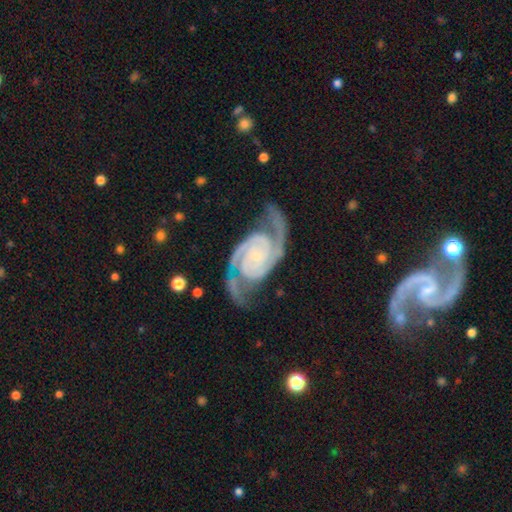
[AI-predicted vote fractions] smooth-or-featured: featured or disk: 94% | star or artifact: 4% | smooth: 2%
  disk-edge-on: no: 98% | yes: 2%
    bar: no: 65% | weak: 22% | strong: 13%
    has-spiral-arms: yes: 99% | no: 1%
      spiral-winding: tight: 53% | medium: 41% | loose: 7%
      spiral-arm-count: 2: 89% | 3: 5% | can't tell: 2% | 4: 2% | 1: 1% | more than 4: 1%
    bulge-size: small: 78% | moderate: 10% | none: 9% | large: 2% | dominant: 1%
  merging: none: 74% | minor disturbance: 17% | major disturbance: 7% | merger: 2%